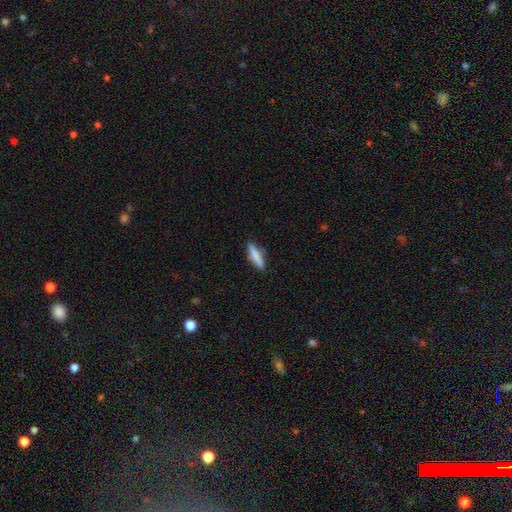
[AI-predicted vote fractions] Overall: smooth (78%). How rounded: cigar-shaped (78%). Merging: none (86%).